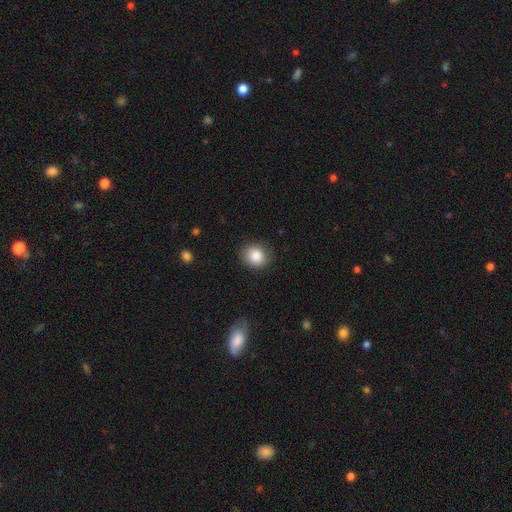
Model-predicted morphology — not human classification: smooth-or-featured: smooth: 86% | star or artifact: 9% | featured or disk: 5%
  how-rounded: round: 76% | in between: 23% | cigar-shaped: 1%
  merging: none: 85% | minor disturbance: 11% | major disturbance: 3% | merger: 1%